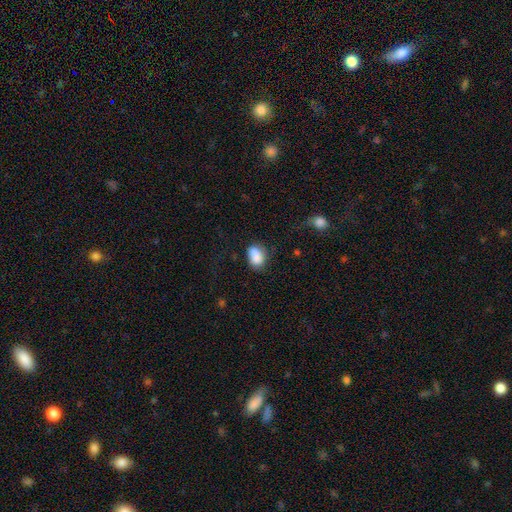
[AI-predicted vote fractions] A smooth galaxy with no disk features (85%) that is in between round and cigar-shaped (81%).

Vote fractions:
- Smooth or featured? smooth: 85% / star or artifact: 8% / featured or disk: 7%
- How rounded? in between: 81% / round: 17% / cigar-shaped: 2%
- Merging? none: 56% / minor disturbance: 26% / major disturbance: 10% / merger: 8%